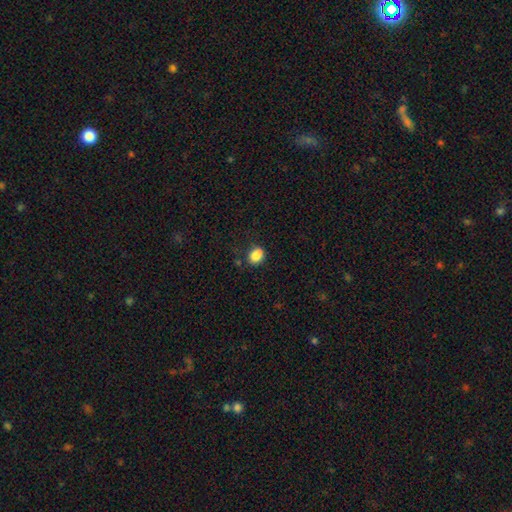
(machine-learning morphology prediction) type=smooth (86%); roundness=in between (63%); merging=none (72%).